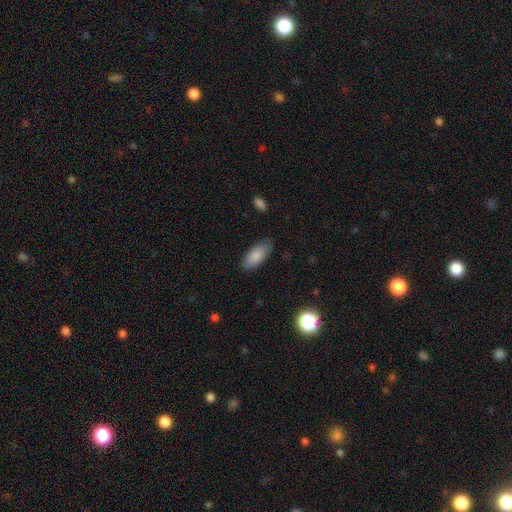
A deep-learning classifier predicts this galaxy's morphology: smooth-or-featured: smooth: 87% | featured or disk: 7% | star or artifact: 7%
  how-rounded: in between: 88% | cigar-shaped: 10% | round: 2%
  merging: none: 82% | minor disturbance: 14% | major disturbance: 3% | merger: 1%